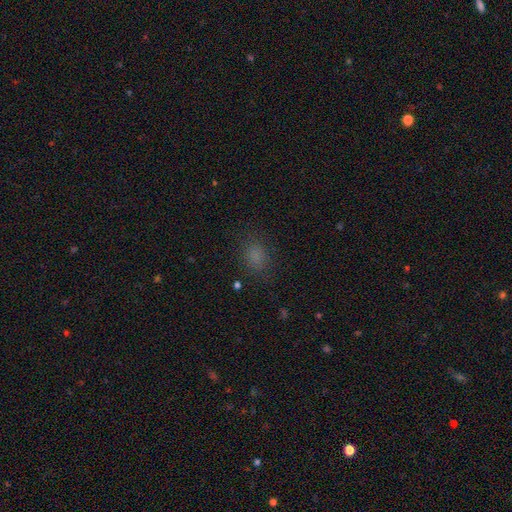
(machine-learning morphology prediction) Smooth or featured? smooth (77%)
How rounded? round (49%, tied with in between)
Merging? none (81%)